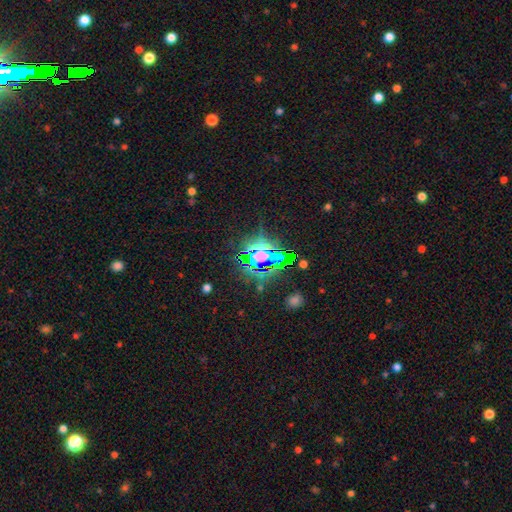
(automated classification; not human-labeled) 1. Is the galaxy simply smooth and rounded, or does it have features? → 71% star or artifact, 18% smooth, 11% featured or disk.